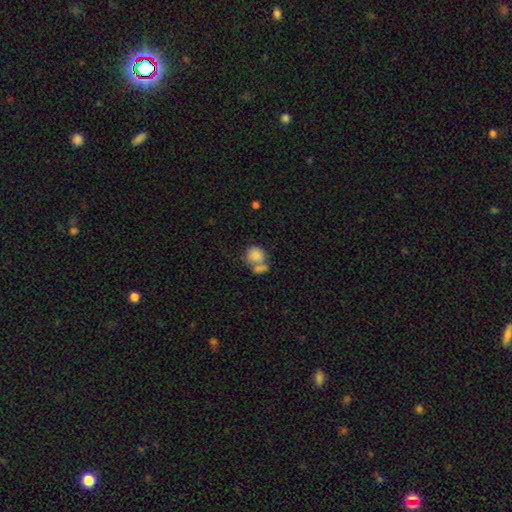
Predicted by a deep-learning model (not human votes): Overall: smooth (81%). How rounded: round (72%). Merging: merger (52%; none 31%).